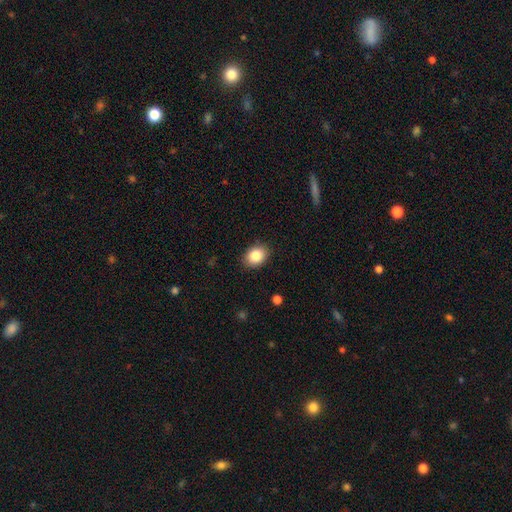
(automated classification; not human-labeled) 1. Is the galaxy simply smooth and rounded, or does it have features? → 85% smooth, 8% star or artifact, 6% featured or disk.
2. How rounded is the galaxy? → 64% in between, 35% round, 1% cigar-shaped.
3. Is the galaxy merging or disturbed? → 87% none, 10% minor disturbance, 2% major disturbance, 1% merger.